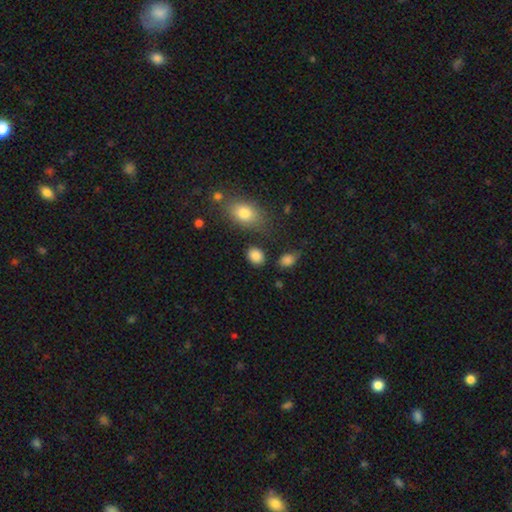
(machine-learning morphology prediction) Overall: smooth (87%). How rounded: in between (60%; round 39%). Merging: none (81%).